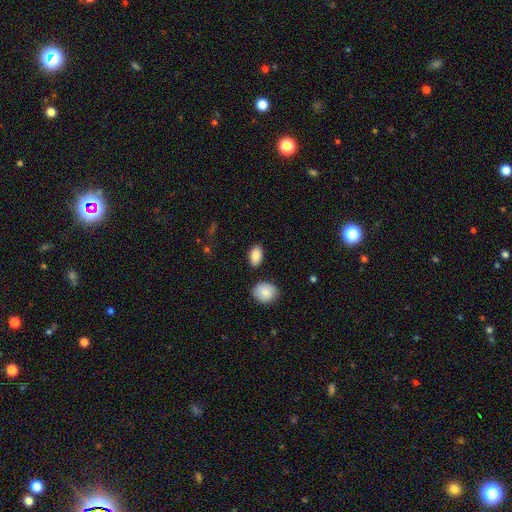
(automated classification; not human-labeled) Smooth or featured?
  - smooth: 87% *
  - star or artifact: 7%
  - featured or disk: 6%
How rounded?
  - in between: 92% *
  - round: 7%
  - cigar-shaped: 2%
Merging?
  - none: 85% *
  - minor disturbance: 9%
  - merger: 4%
  - major disturbance: 2%